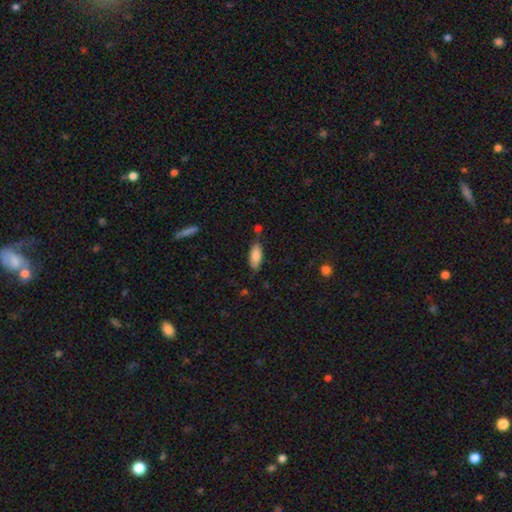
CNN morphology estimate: This appears to be a smooth galaxy with no disk features (84%) that is in between round and cigar-shaped (79%). Merging: none (72%).